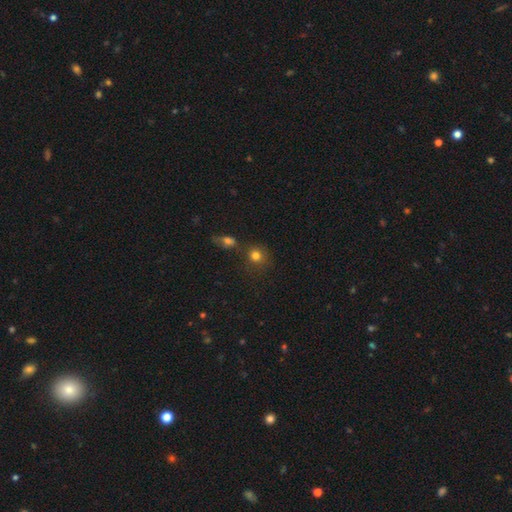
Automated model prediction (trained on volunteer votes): The model was most divided on "merging": none: 63%, merger: 20%, minor disturbance: 12%, major disturbance: 5%. More confident: how rounded — round (82%); smooth or featured — smooth (79%).